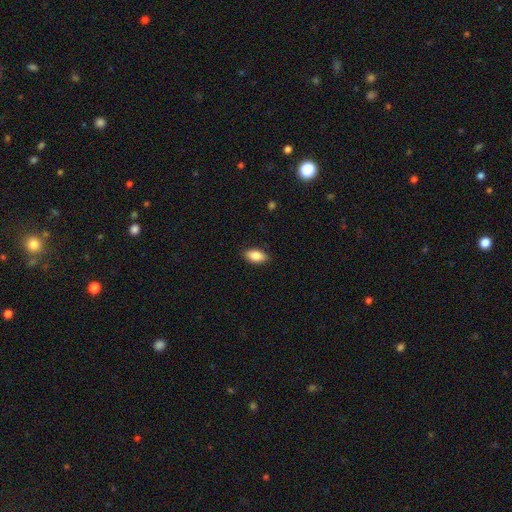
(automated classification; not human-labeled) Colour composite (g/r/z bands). It shows a smooth galaxy with no disk features (86%) that is in between round and cigar-shaped (92%). Merging: none (89%).